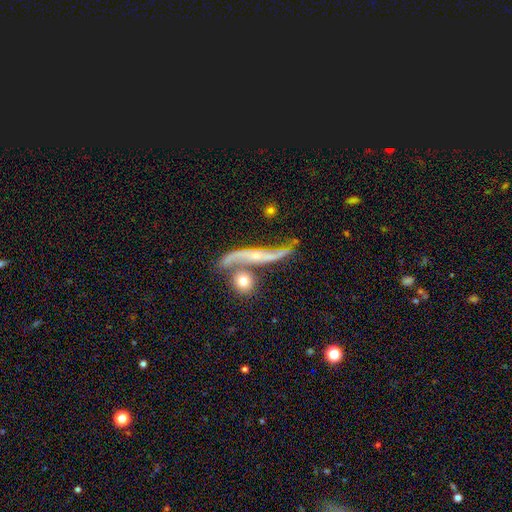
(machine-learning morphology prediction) featured or disk 82%, smooth 11%, star or artifact 7%. Down the decision tree: edge-on disk — no (65%); bar — no (55%); spiral arms — yes (90%); bulge size — small (58%); merging — none (48%).